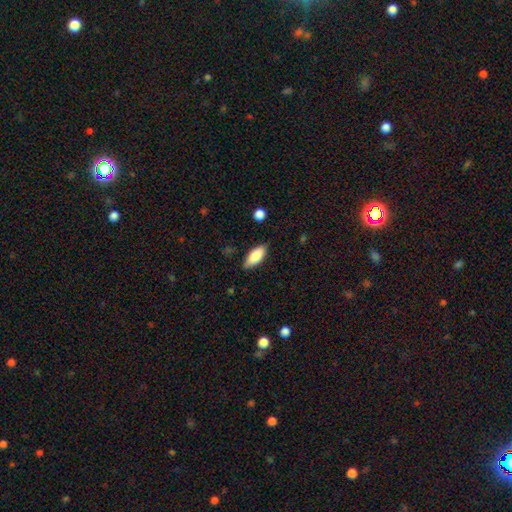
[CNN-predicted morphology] Smooth or featured?
  - smooth: 84% *
  - featured or disk: 10%
  - star or artifact: 6%
How rounded?
  - in between: 83% *
  - cigar-shaped: 15%
  - round: 2%
Merging?
  - none: 82% *
  - minor disturbance: 14%
  - major disturbance: 3%
  - merger: 1%